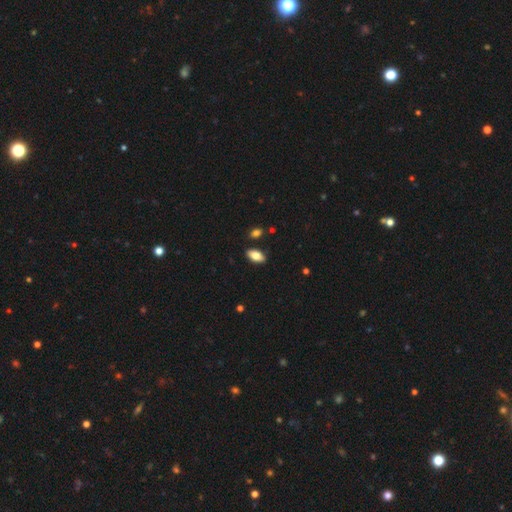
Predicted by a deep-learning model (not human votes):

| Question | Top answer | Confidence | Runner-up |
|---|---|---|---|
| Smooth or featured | smooth | 82% | featured or disk (11%) |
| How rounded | in between | 92% | cigar-shaped (5%) |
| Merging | none | 86% | minor disturbance (9%) |